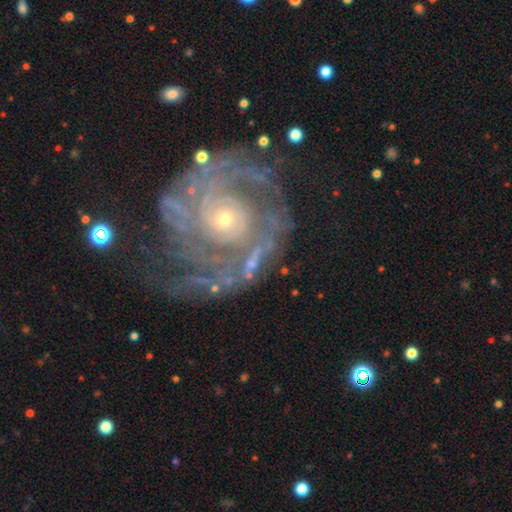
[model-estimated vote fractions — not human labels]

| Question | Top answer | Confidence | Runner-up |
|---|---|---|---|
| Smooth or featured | featured or disk | 88% | star or artifact (6%) |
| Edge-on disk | no | 97% | yes (3%) |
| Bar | no | 79% | weak (15%) |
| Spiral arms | yes | 95% | no (5%) |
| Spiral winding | tight | 66% | medium (26%) |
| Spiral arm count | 2 | 34% | can't tell (24%) |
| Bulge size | small | 69% | moderate (27%) |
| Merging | none | 60% | minor disturbance (19%) |